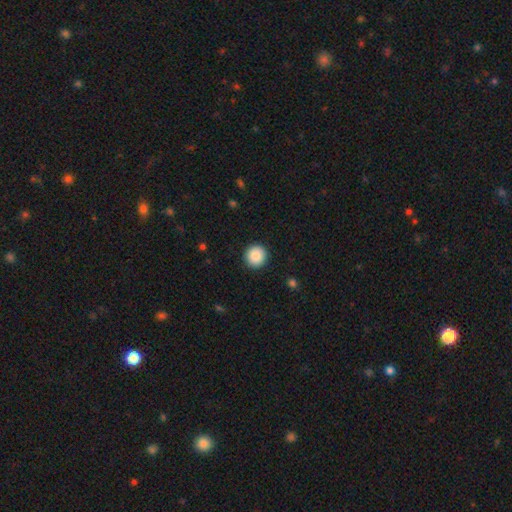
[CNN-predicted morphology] This appears to be a smooth galaxy with no disk features (89%) that is round (94%). Merging: none (92%).